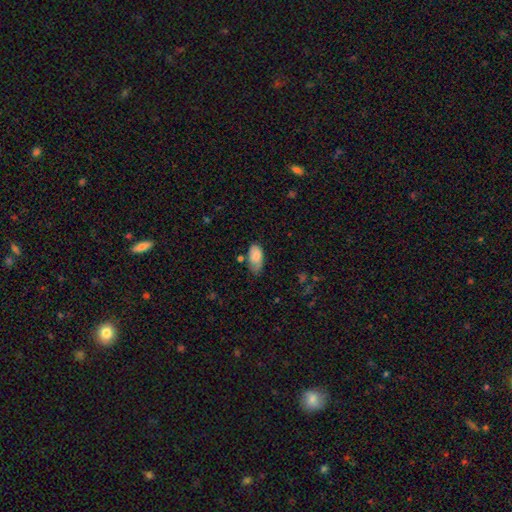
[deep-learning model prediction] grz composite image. It shows a smooth galaxy with no disk features (83%) that is in between round and cigar-shaped (93%). Merging: none (52%).